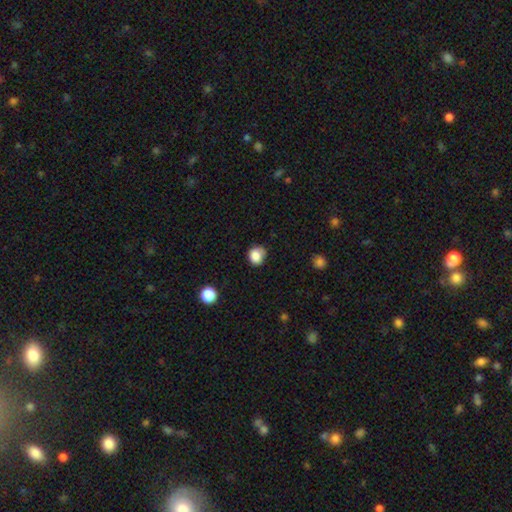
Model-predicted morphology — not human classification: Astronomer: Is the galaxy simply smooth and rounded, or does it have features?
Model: smooth — 85%.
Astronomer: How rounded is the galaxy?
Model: round — 74%.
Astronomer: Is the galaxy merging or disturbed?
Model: none — 66%.